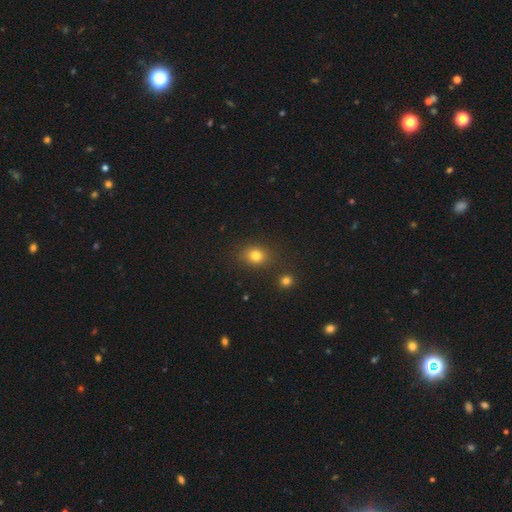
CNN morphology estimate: smooth-or-featured: smooth: 80% | star or artifact: 13% | featured or disk: 7%
  how-rounded: round: 53% | in between: 46% | cigar-shaped: 1%
  merging: none: 80% | minor disturbance: 11% | merger: 6% | major disturbance: 4%